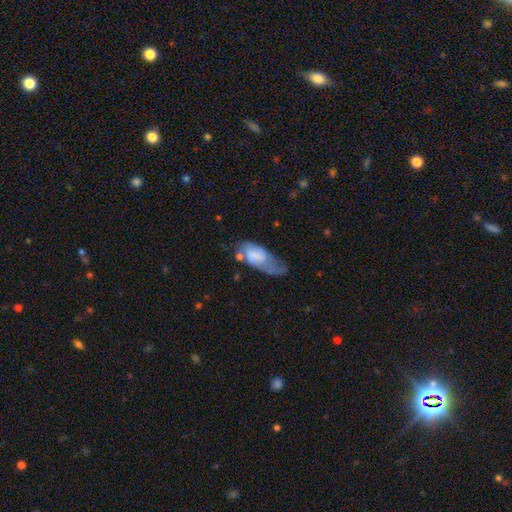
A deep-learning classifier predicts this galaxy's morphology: smooth-or-featured: smooth: 46% (tied) | featured or disk: 46% (tied) | star or artifact: 7%
  merging: major disturbance: 32% (tied) | minor disturbance: 32% (tied) | none: 26% | merger: 10%